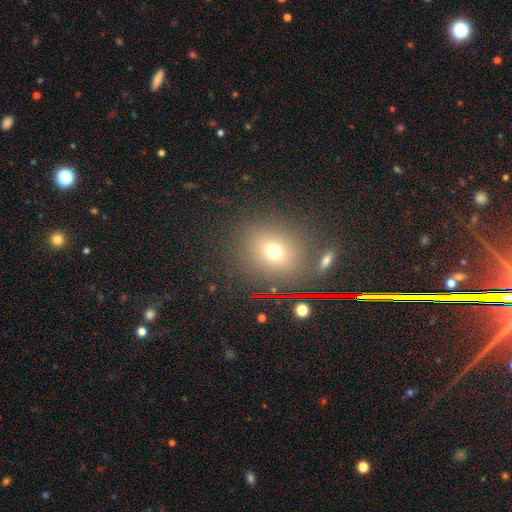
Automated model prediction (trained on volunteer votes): Smooth or featured: smooth — 49% (star or artifact — 38%)
Merging: none — 84% (minor disturbance — 8%)